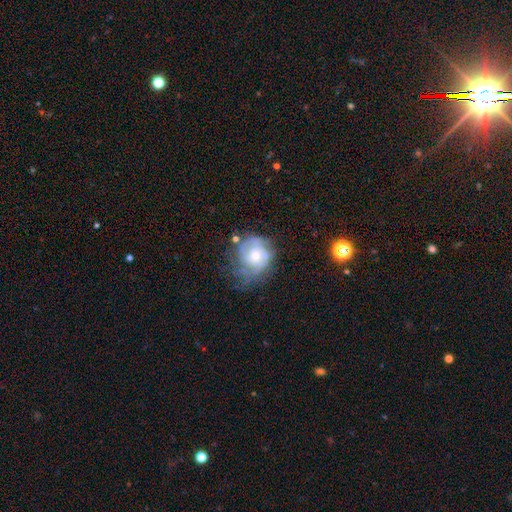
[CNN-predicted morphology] featured or disk 65%, smooth 28%, star or artifact 8%. Down the decision tree: edge-on disk — no (98%); bar — no (76%); spiral arms — yes (75%); bulge size — moderate (53%); merging — none (43%).